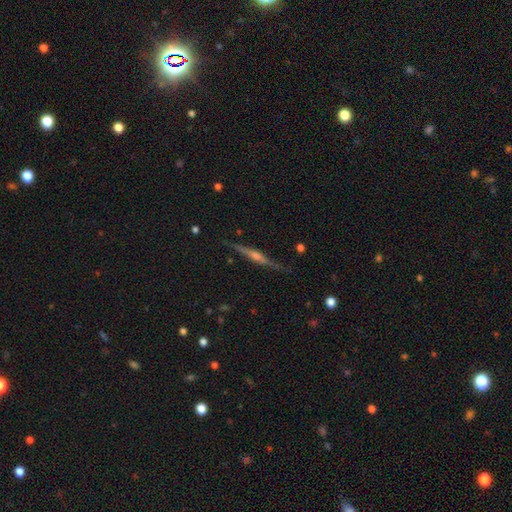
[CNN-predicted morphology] smooth_or_featured: featured or disk (p=0.80) [alt: smooth p=0.13]
disk_edge_on: yes (p=0.98) [alt: no p=0.02]
edge_on_bulge: rounded (p=0.78) [alt: boxy p=0.12]
merging: none (p=0.85) [alt: minor disturbance p=0.11]